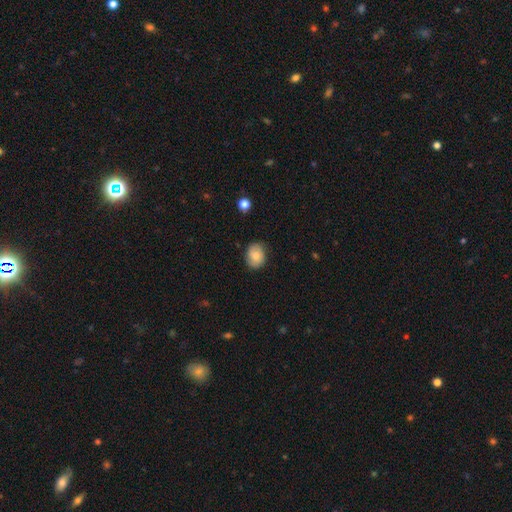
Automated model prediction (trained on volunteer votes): Overall: smooth (73%). How rounded: in between (53%; round 46%). Merging: none (78%).